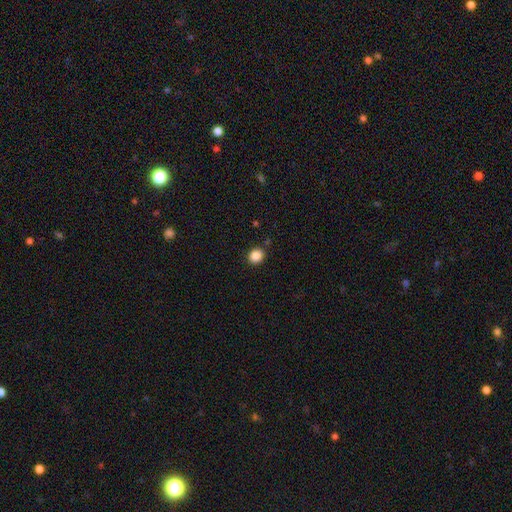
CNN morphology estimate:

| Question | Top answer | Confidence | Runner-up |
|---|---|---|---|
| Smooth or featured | smooth | 87% | star or artifact (10%) |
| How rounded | round | 74% | in between (25%) |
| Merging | none | 88% | minor disturbance (8%) |